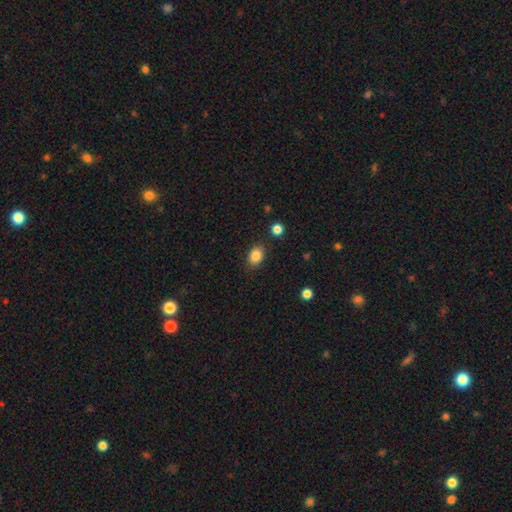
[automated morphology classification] A smooth galaxy with no disk features (85%) that is in between round and cigar-shaped (68%). Merging: none (83%).